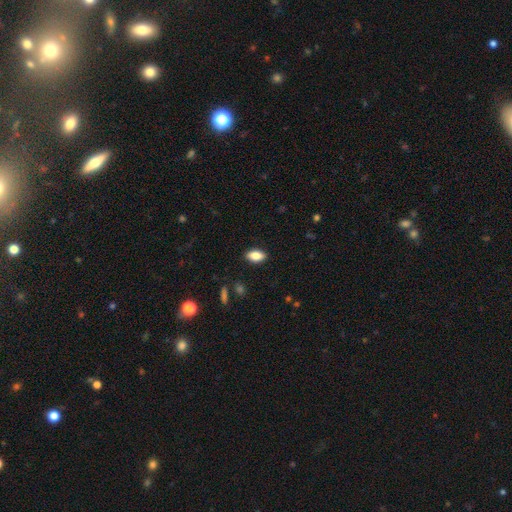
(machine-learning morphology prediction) Smooth or featured? Predicted: smooth (p=0.84). How rounded? Predicted: in between (p=0.90). Merging? Predicted: none (p=0.88).